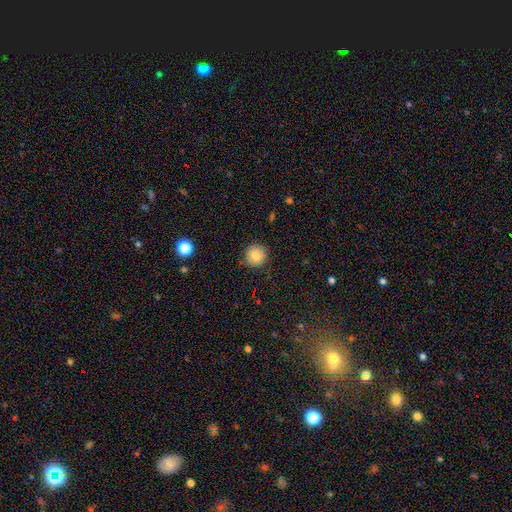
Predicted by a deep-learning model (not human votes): The model was most divided on "smooth or featured": smooth: 81%, star or artifact: 11%, featured or disk: 8%. More confident: how rounded — round (94%); merging — none (88%).